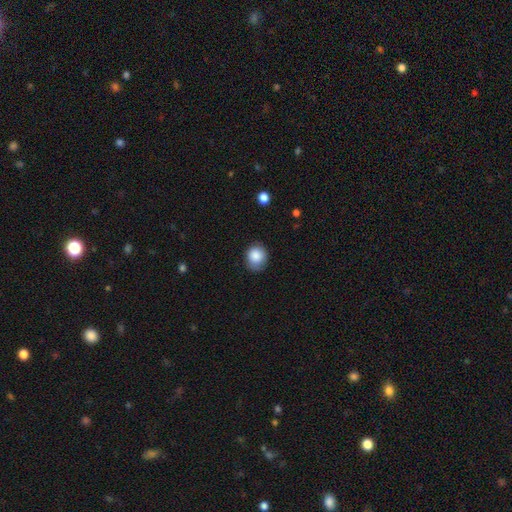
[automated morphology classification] A smooth galaxy with no disk features (86%) that is round (76%). Merging: none (72%).